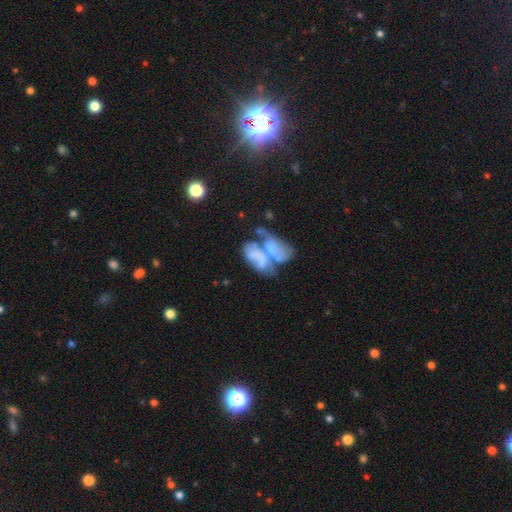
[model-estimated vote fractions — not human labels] The model was most divided on "smooth or featured": featured or disk: 48%, smooth: 42%, star or artifact: 9%. More confident: merging — merger (67%).